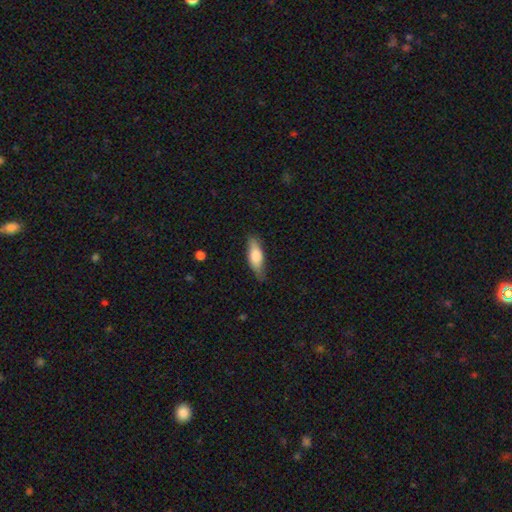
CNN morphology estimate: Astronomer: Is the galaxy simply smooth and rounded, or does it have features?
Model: smooth — 69%.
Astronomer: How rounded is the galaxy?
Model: in between — 61% (runner-up: cigar-shaped, 37%).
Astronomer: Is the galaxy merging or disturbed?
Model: none — 75%.